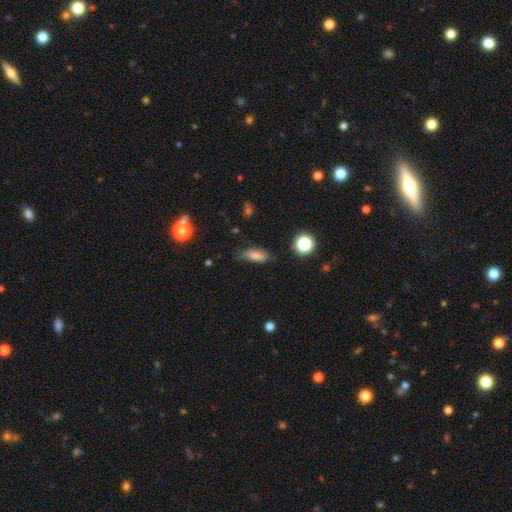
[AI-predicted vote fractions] This is likely a smooth galaxy (78%). How rounded: likely in between (71%). Merging: possibly none (60%).